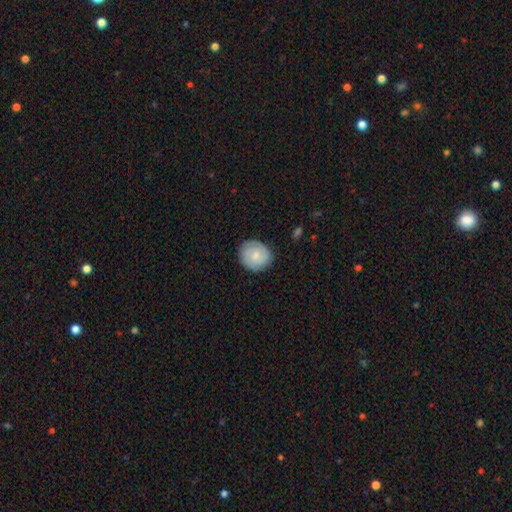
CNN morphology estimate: Smooth or featured? smooth (51%)
How rounded? round (74%)
Merging? none (84%)